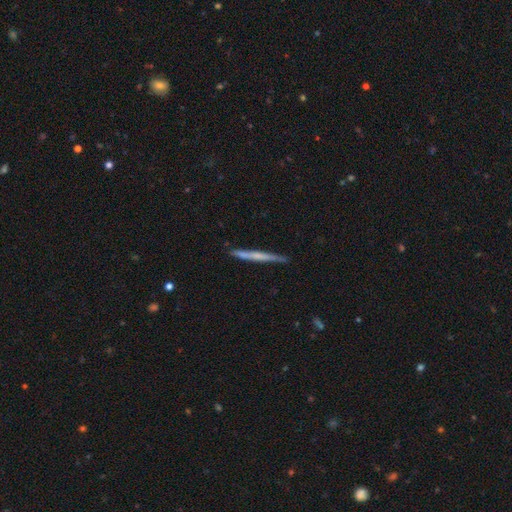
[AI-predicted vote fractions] Smooth or featured? featured or disk (50%)
Merging? none (89%)